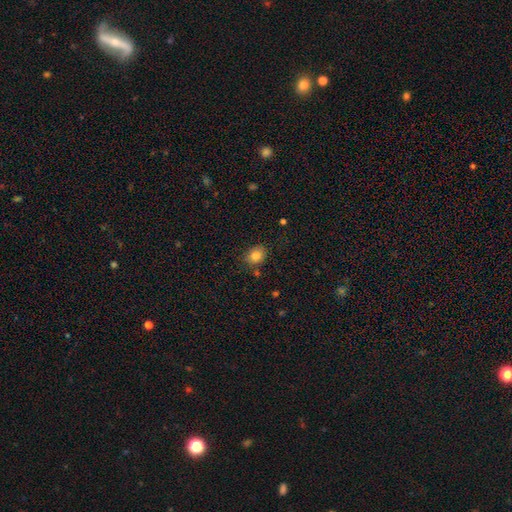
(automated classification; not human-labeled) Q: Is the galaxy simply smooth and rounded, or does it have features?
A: smooth — 83%.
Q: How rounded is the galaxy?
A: round — 53%.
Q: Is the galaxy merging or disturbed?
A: none — 80%.